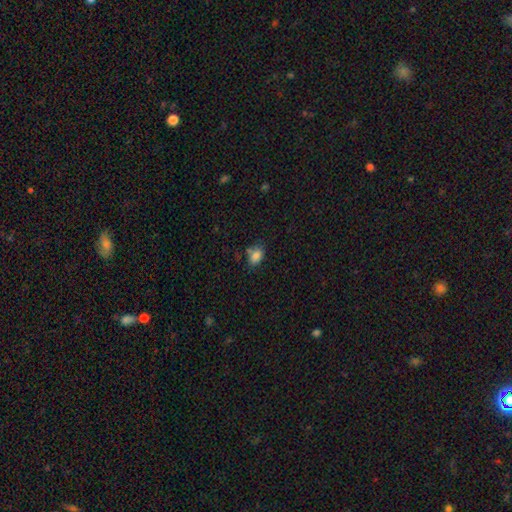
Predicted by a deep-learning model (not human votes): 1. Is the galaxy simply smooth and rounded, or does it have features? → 84% smooth, 10% star or artifact, 6% featured or disk.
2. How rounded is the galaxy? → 78% in between, 21% round, 1% cigar-shaped.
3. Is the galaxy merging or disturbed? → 64% none, 20% minor disturbance, 12% merger, 5% major disturbance.